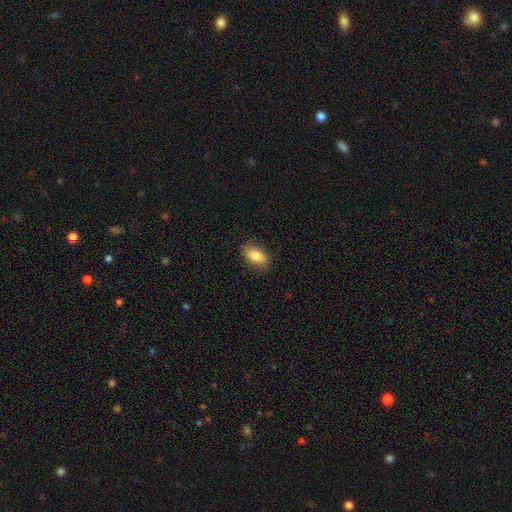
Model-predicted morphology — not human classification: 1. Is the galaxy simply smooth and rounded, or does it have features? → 82% smooth, 11% featured or disk, 7% star or artifact.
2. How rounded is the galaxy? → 90% in between, 7% round, 3% cigar-shaped.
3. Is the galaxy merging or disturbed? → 87% none, 10% minor disturbance, 2% major disturbance, 1% merger.